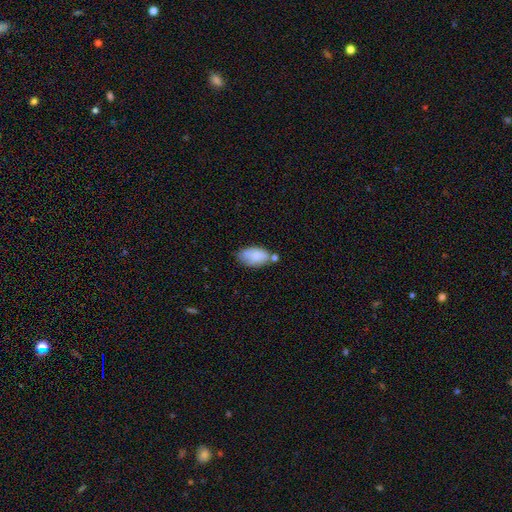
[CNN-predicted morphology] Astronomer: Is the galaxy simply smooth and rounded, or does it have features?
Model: smooth — 79%.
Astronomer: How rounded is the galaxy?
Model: in between — 94%.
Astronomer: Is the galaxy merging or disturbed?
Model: none — 51% (runner-up: minor disturbance, 26%).